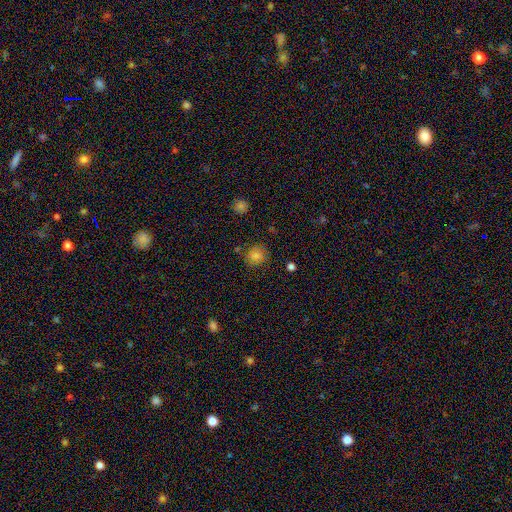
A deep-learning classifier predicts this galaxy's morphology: Overall: smooth (83%). How rounded: round (82%). Merging: none (81%).